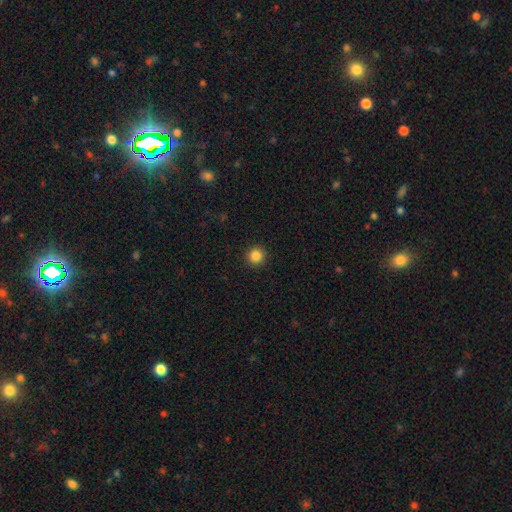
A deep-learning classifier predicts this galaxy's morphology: This is clearly a smooth galaxy (85%). How rounded: clearly round (96%). Merging: clearly none (93%).